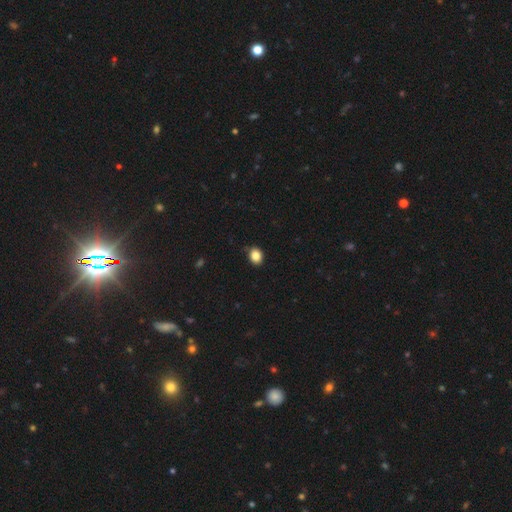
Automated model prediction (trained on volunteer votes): smooth-or-featured: smooth: 86% | star or artifact: 10% | featured or disk: 4%
  how-rounded: round: 51% | in between: 48% | cigar-shaped: 1%
  merging: none: 84% | minor disturbance: 13% | major disturbance: 2% | merger: 1%